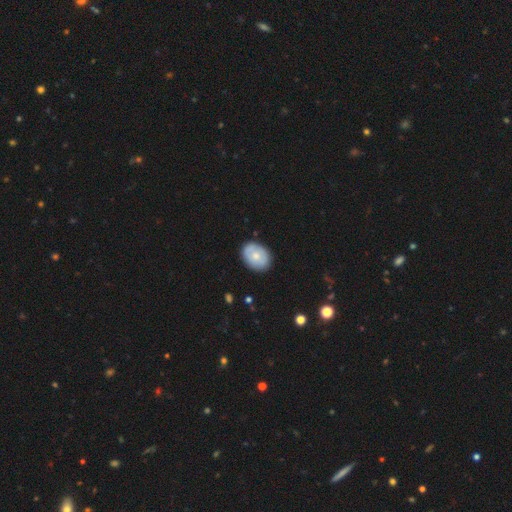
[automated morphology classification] This is likely a smooth galaxy (62%). How rounded: likely in between (66%). Merging: clearly none (84%).